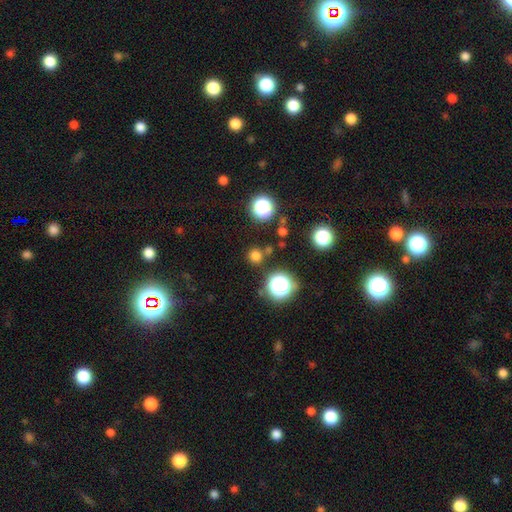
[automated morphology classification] Overall: smooth (71%). How rounded: round (93%). Merging: none (83%).